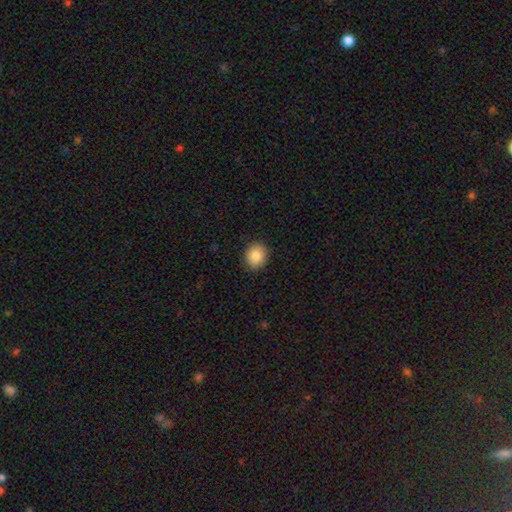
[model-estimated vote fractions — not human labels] This appears to be a smooth galaxy with no disk features (85%) that is round (75%). Merging: none (90%).